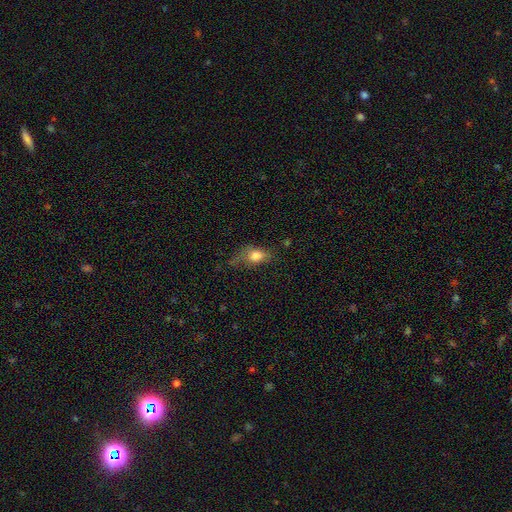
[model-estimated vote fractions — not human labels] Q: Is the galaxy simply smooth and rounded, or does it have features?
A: smooth — 77%.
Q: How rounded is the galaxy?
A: in between — 73%.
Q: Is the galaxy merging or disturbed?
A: none — 37%.